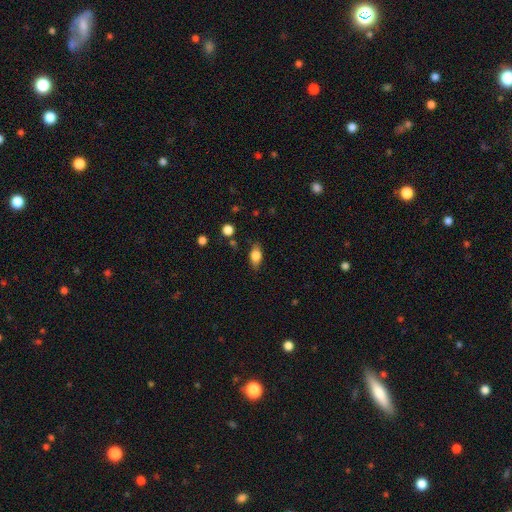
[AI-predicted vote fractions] A smooth galaxy with no disk features (77%) that is in between round and cigar-shaped (83%).

Vote fractions:
- Smooth or featured? smooth: 77% / featured or disk: 14% / star or artifact: 9%
- How rounded? in between: 83% / round: 11% / cigar-shaped: 6%
- Merging? none: 78% / minor disturbance: 17% / major disturbance: 4% / merger: 2%